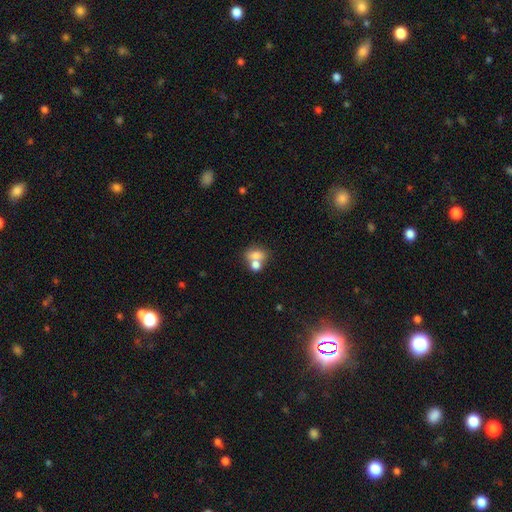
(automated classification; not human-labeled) Q: Smooth or featured?
A: smooth (73%); runner-up: featured or disk (17%)
Q: How rounded?
A: in between (63%); runner-up: round (35%)
Q: Merging?
A: merger (58%); runner-up: none (29%)